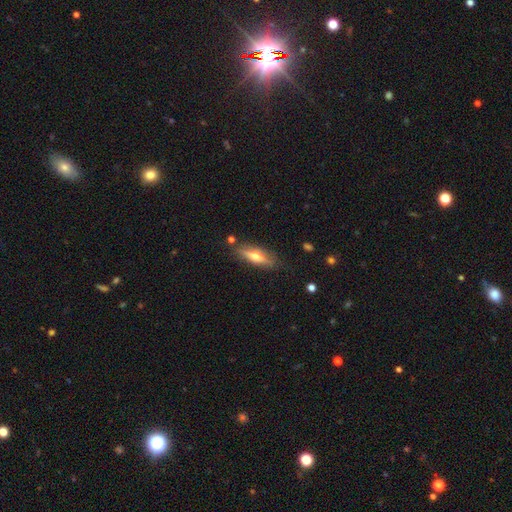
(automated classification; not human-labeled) Smooth or featured? Predicted: featured or disk (p=0.51). Edge-on disk? Predicted: yes (p=0.88). Merging? Predicted: none (p=0.82).